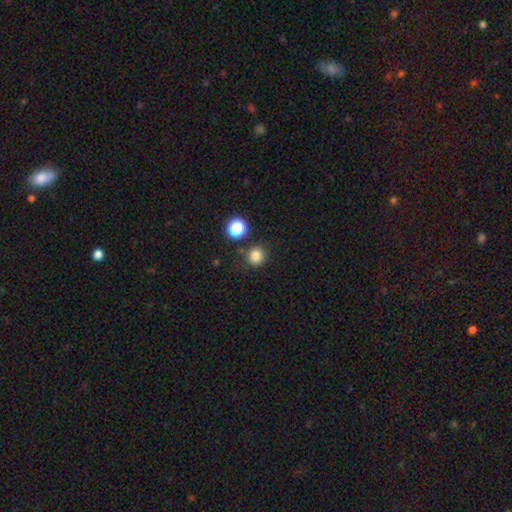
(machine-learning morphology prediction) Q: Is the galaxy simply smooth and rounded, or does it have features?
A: smooth — 81%.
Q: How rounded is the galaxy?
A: round — 92%.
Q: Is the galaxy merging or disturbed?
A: none — 83%.